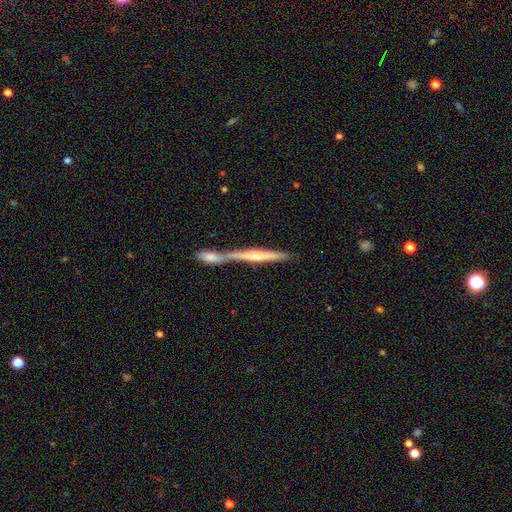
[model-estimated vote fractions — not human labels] Smooth or featured? featured or disk (60%)
Edge-on disk? yes (94%)
Edge-on bulge? rounded (52%)
Merging? none (46%)